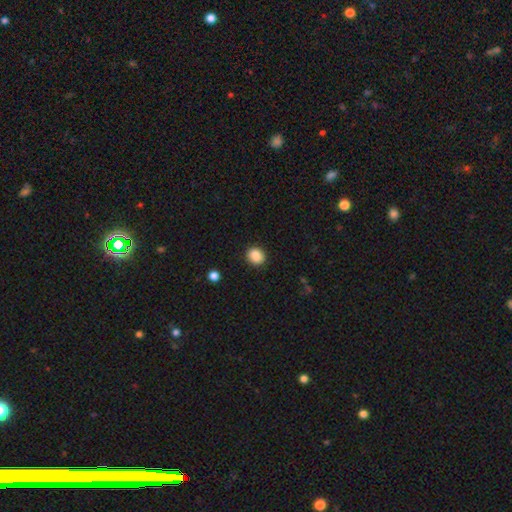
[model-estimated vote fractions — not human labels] smooth 88%, star or artifact 9%, featured or disk 3%. Down the decision tree: how rounded — round (72%); merging — none (90%).